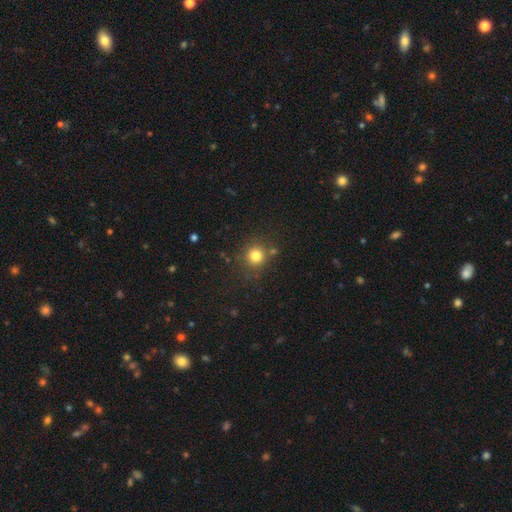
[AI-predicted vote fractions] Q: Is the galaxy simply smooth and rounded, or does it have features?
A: smooth — 79%.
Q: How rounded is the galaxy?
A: round — 90%.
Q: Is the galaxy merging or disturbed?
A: none — 79%.